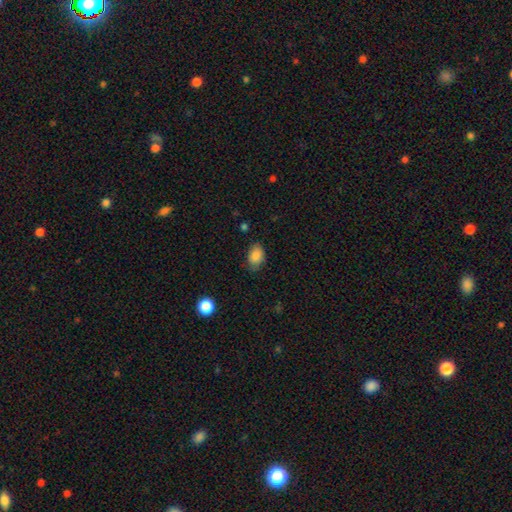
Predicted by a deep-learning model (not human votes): Smooth or featured? Predicted: smooth (p=0.86). How rounded? Predicted: in between (p=0.83). Merging? Predicted: none (p=0.76).